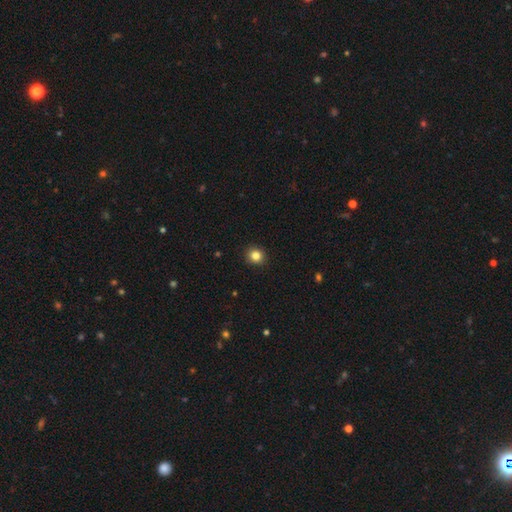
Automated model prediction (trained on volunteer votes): smooth 84%, star or artifact 11%, featured or disk 5%. Down the decision tree: how rounded — round (87%); merging — none (92%).